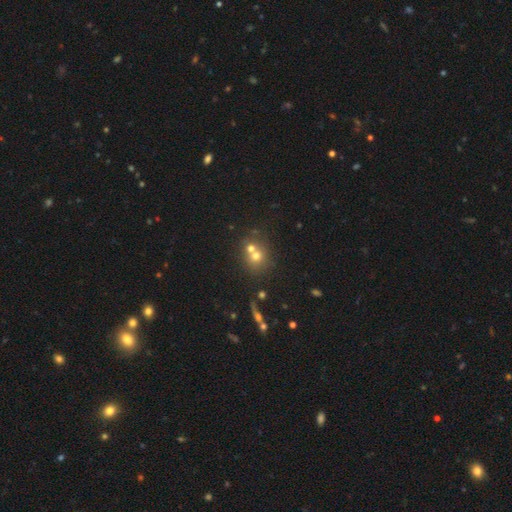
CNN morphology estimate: This is likely a smooth galaxy (64%). How rounded: clearly round (82%). Merging: possibly merger (46%).